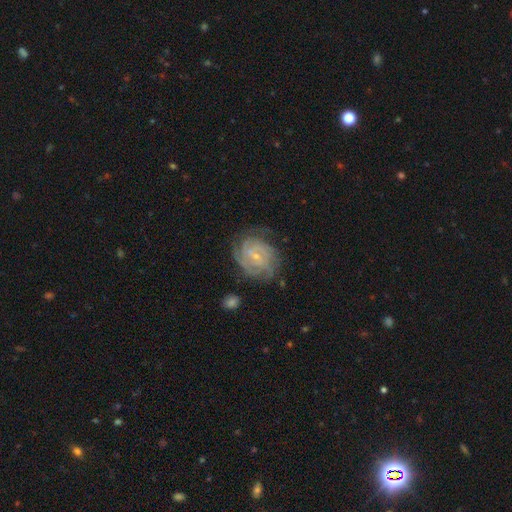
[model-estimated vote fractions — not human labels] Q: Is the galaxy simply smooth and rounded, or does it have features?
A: featured or disk — 84%.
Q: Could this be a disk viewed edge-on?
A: no — 98%.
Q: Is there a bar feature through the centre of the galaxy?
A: no — 45%.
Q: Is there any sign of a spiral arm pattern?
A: yes — 96%.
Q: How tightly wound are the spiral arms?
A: tight — 72%.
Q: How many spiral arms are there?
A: can't tell — 30%.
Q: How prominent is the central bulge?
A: small — 77%.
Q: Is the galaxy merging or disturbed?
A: none — 71%.